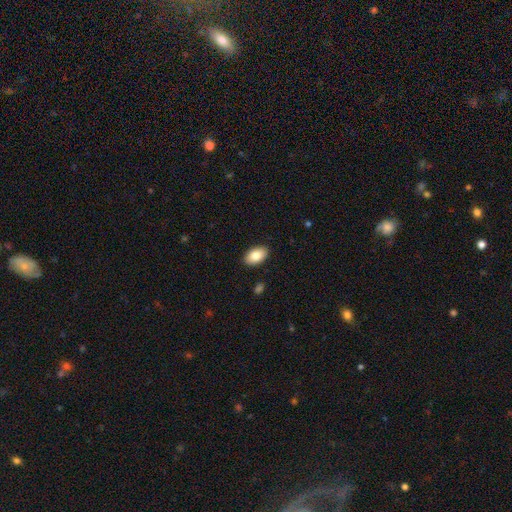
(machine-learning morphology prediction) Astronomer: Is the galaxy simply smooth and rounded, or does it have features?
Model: smooth — 84%.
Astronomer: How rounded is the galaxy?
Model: in between — 93%.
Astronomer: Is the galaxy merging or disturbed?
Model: none — 90%.